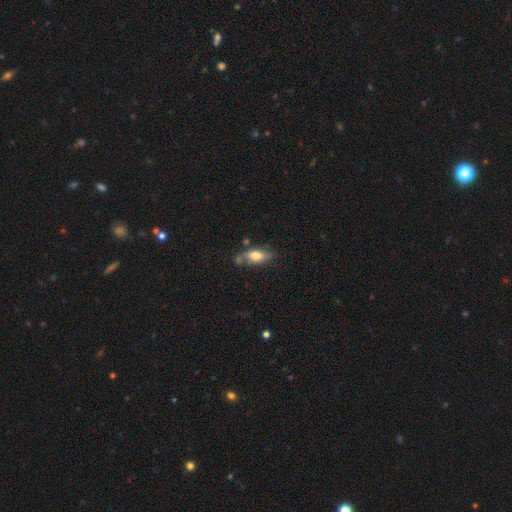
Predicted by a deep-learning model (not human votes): Smooth or featured: smooth — 65% (featured or disk — 27%)
How rounded: in between — 79% (cigar-shaped — 17%)
Merging: none — 55% (minor disturbance — 25%)